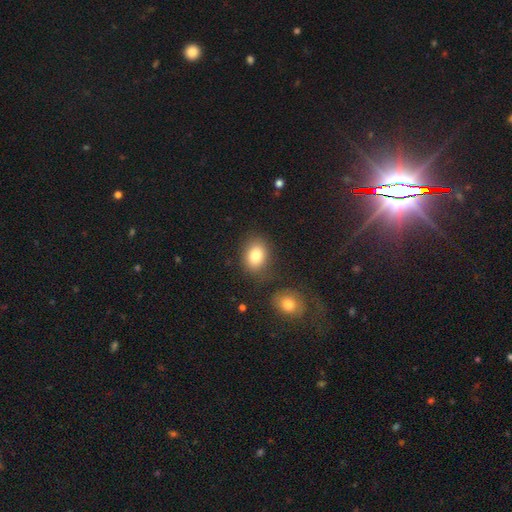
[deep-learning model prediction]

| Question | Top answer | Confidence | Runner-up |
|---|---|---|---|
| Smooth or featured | smooth | 82% | star or artifact (9%) |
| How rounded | in between | 68% | round (31%) |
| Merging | none | 75% | minor disturbance (13%) |